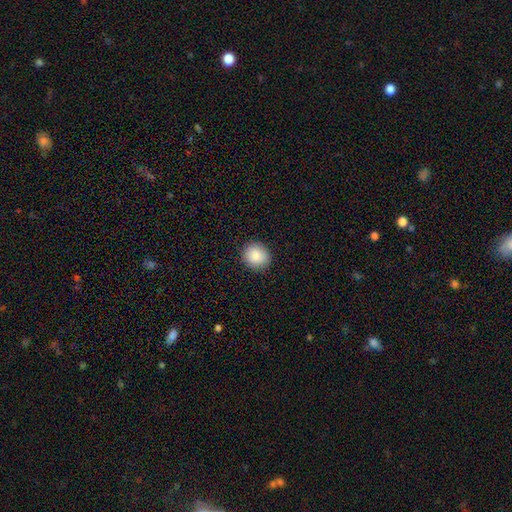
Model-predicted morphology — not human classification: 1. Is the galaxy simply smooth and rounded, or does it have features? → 88% smooth, 8% star or artifact, 4% featured or disk.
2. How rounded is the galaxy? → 82% round, 17% in between, 1% cigar-shaped.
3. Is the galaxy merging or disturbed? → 89% none, 8% minor disturbance, 2% major disturbance, 1% merger.